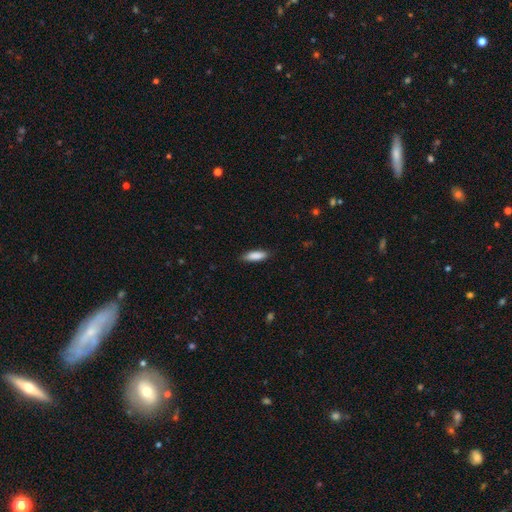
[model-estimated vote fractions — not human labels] The model was most divided on "how rounded": in between: 54%, cigar-shaped: 45%, round: 2%. More confident: smooth or featured — smooth (88%); merging — none (85%).